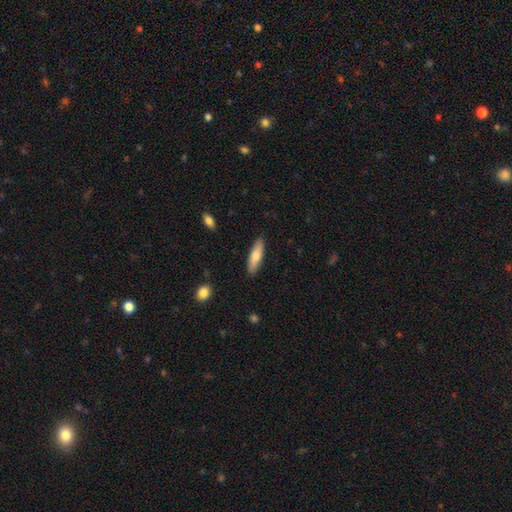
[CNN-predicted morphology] Smooth or featured: smooth — 74% (featured or disk — 21%)
How rounded: cigar-shaped — 64% (in between — 35%)
Merging: none — 88% (minor disturbance — 9%)